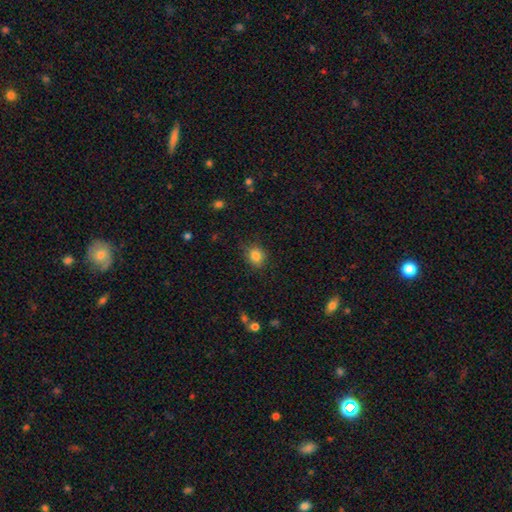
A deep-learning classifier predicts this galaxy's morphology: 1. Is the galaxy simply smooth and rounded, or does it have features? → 83% smooth, 11% star or artifact, 6% featured or disk.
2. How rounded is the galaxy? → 65% round, 34% in between, 1% cigar-shaped.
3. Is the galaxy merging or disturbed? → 80% none, 15% minor disturbance, 3% major disturbance, 1% merger.